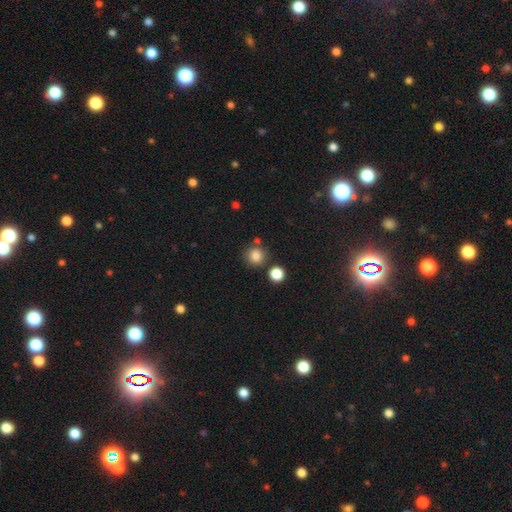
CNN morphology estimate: Smooth or featured?
  - smooth: 84% *
  - star or artifact: 12%
  - featured or disk: 5%
How rounded?
  - round: 92% *
  - in between: 8%
  - cigar-shaped: 1%
Merging?
  - none: 76% *
  - merger: 10%
  - minor disturbance: 10%
  - major disturbance: 3%